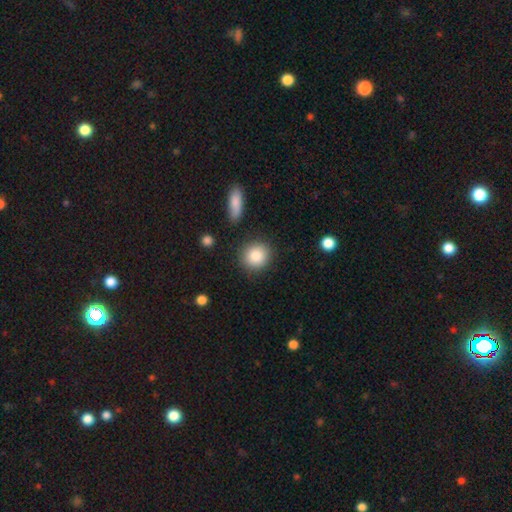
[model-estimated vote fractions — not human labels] A smooth galaxy with no disk features (87%) that is round (86%). Merging: none (86%).